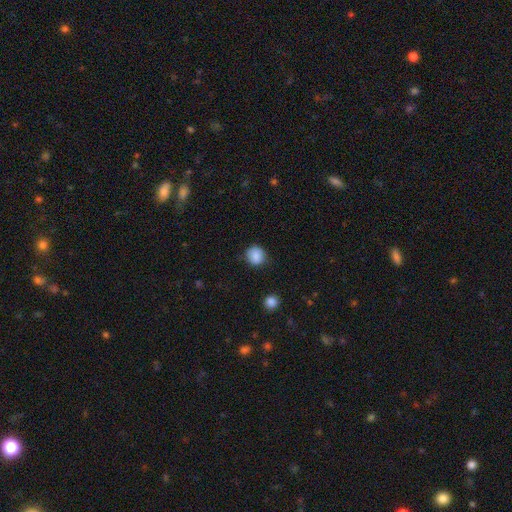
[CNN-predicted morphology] Smooth or featured? Predicted: smooth (p=0.87). How rounded? Predicted: round (p=0.88). Merging? Predicted: none (p=0.84).